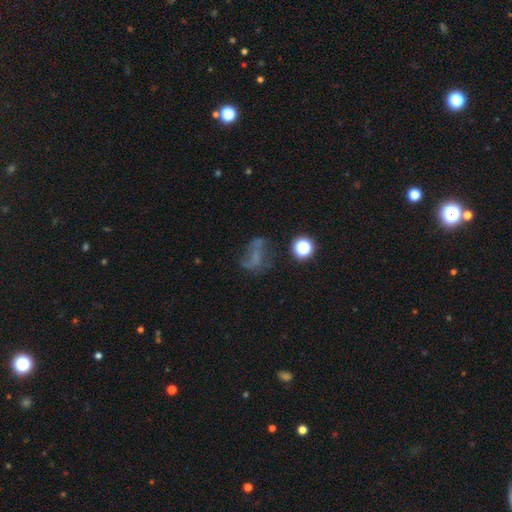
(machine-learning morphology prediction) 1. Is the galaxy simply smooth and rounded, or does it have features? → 42% featured or disk, 31% smooth, 27% star or artifact.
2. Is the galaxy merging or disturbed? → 46% none, 27% major disturbance, 20% minor disturbance, 8% merger.